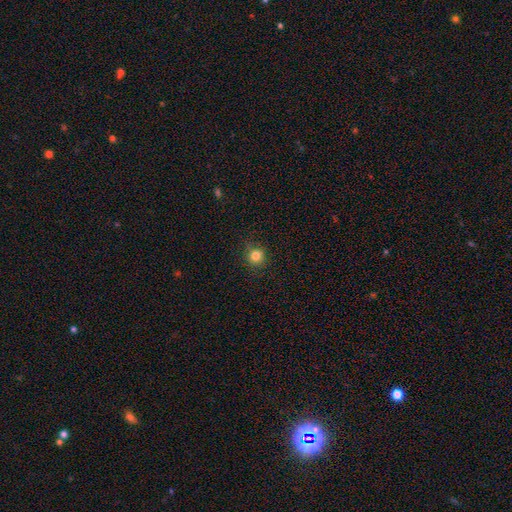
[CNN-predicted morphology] Smooth or featured: smooth — 82% (star or artifact — 13%)
How rounded: round — 91% (in between — 8%)
Merging: none — 86% (minor disturbance — 10%)